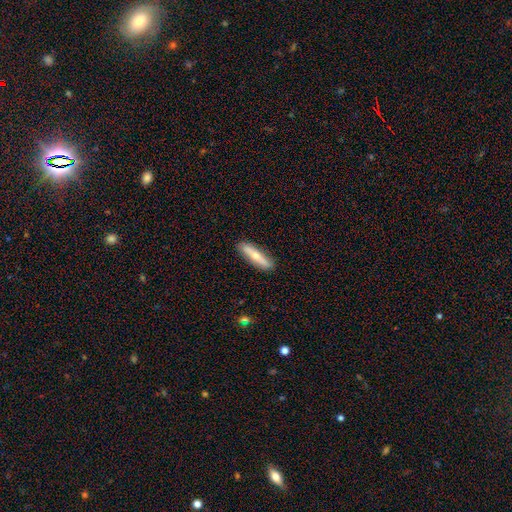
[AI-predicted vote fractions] Smooth or featured: smooth — 59% (featured or disk — 36%)
How rounded: cigar-shaped — 80% (in between — 18%)
Merging: none — 88% (minor disturbance — 9%)